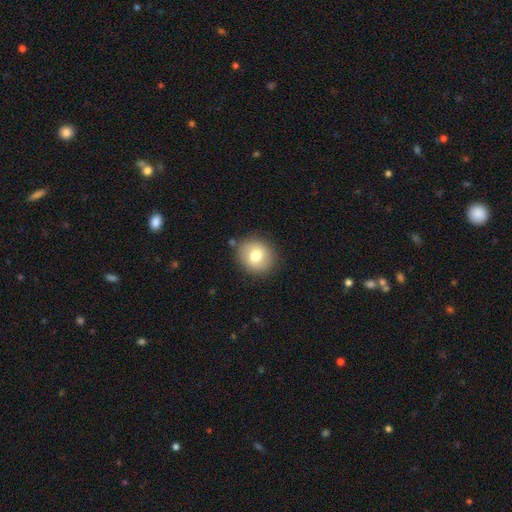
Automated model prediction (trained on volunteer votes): A smooth galaxy with no disk features (75%) that is round (85%).

Vote fractions:
- Smooth or featured? smooth: 75% / featured or disk: 16% / star or artifact: 9%
- How rounded? round: 85% / in between: 14% / cigar-shaped: 1%
- Merging? none: 85% / minor disturbance: 10% / major disturbance: 3% / merger: 2%